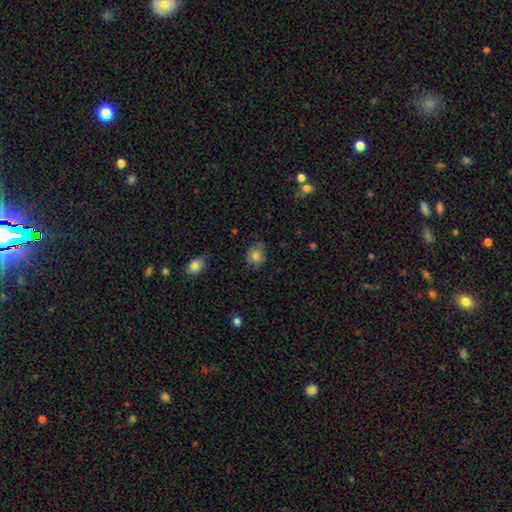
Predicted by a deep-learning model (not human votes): Smooth or featured?
  - smooth: 79% *
  - featured or disk: 12%
  - star or artifact: 9%
How rounded?
  - round: 66% *
  - in between: 33%
  - cigar-shaped: 1%
Merging?
  - none: 70% *
  - minor disturbance: 23%
  - major disturbance: 5%
  - merger: 2%